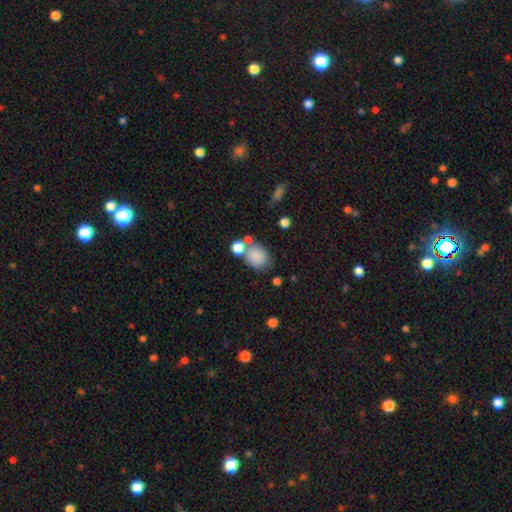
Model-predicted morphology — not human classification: Q: Smooth or featured?
A: smooth (82%); runner-up: star or artifact (10%)
Q: How rounded?
A: round (51%); runner-up: in between (48%)
Q: Merging?
A: none (55%); runner-up: merger (22%)